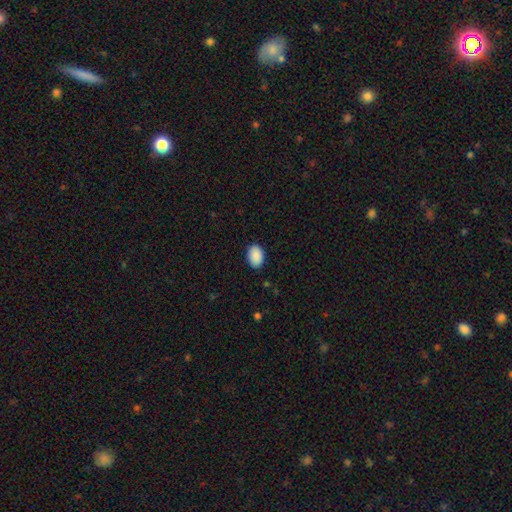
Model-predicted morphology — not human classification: The model was most divided on "how rounded": in between: 85%, round: 14%, cigar-shaped: 1%. More confident: smooth or featured — smooth (90%); merging — none (87%).